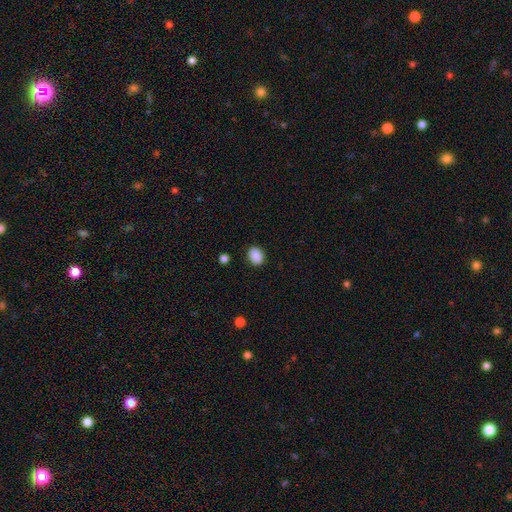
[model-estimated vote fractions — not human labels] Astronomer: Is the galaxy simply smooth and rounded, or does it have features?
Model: smooth — 89%.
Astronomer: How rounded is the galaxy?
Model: in between — 62%.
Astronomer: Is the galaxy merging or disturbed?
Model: none — 87%.